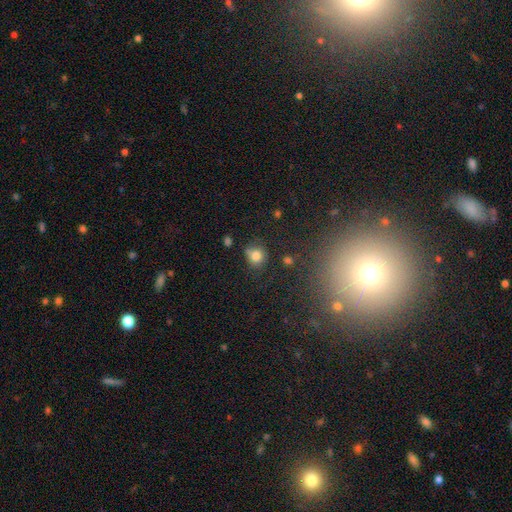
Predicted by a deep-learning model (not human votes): Smooth or featured? smooth (79%)
How rounded? round (75%)
Merging? none (59%)